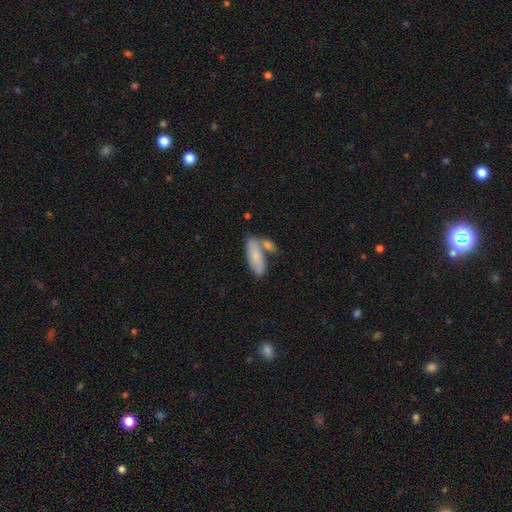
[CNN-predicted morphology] This appears to be a smooth galaxy with no disk features (75%) that is in between round and cigar-shaped (69%). Merging: none (42%).